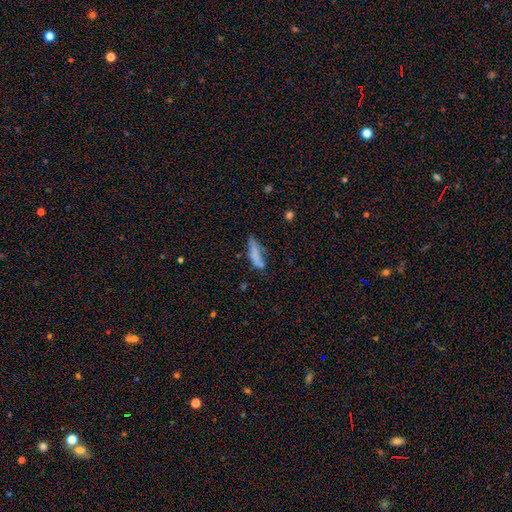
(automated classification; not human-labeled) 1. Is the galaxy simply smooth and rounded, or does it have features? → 71% smooth, 19% featured or disk, 10% star or artifact.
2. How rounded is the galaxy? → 56% cigar-shaped, 41% in between, 2% round.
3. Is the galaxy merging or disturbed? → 47% none, 29% minor disturbance, 14% major disturbance, 9% merger.